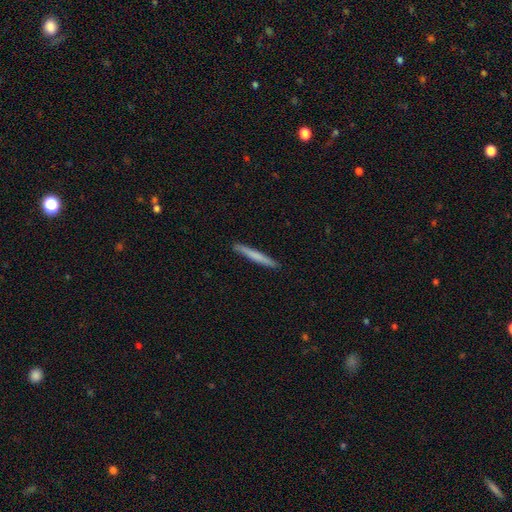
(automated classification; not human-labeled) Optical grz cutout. It shows a smooth galaxy with no disk features (68%) that is cigar-shaped (97%). Merging: none (92%).